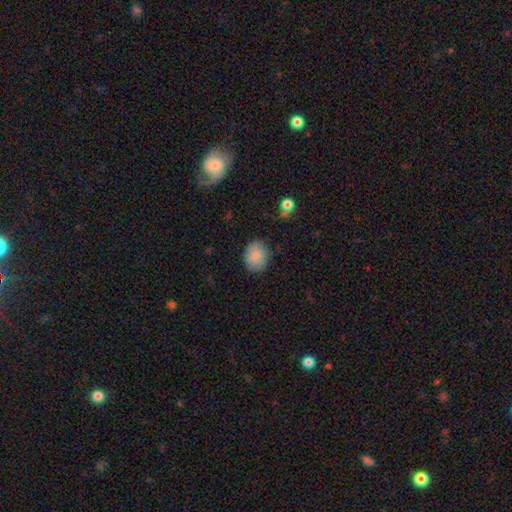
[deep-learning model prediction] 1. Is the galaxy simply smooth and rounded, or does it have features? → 85% smooth, 8% featured or disk, 7% star or artifact.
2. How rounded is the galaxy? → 53% round, 46% in between, 1% cigar-shaped.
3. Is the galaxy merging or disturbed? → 84% none, 12% minor disturbance, 3% major disturbance, 1% merger.